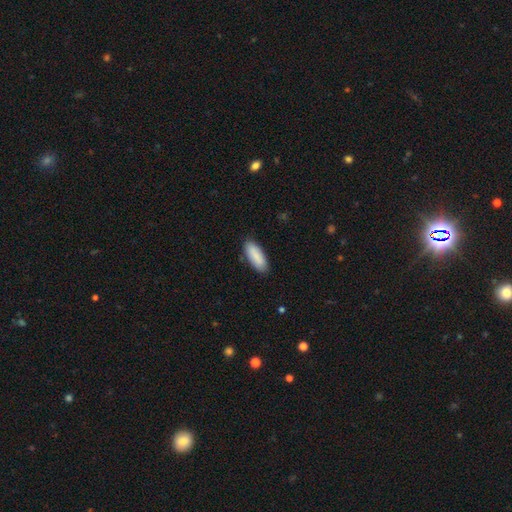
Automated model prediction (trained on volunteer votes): Q: Smooth or featured?
A: smooth (89%); runner-up: featured or disk (6%)
Q: How rounded?
A: in between (75%); runner-up: cigar-shaped (23%)
Q: Merging?
A: none (86%); runner-up: minor disturbance (11%)